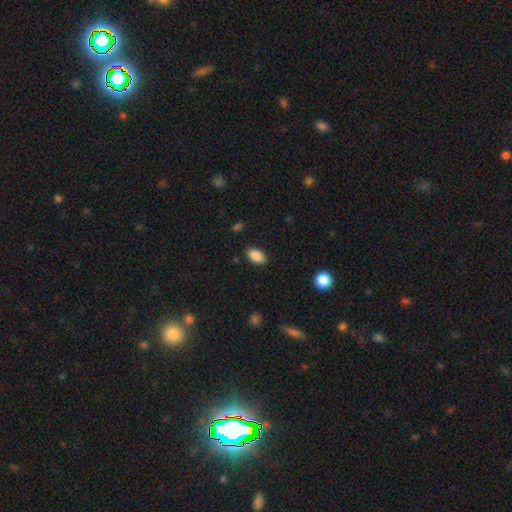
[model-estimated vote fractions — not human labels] A smooth galaxy with no disk features (88%) that is in between round and cigar-shaped (90%). Merging: none (87%).